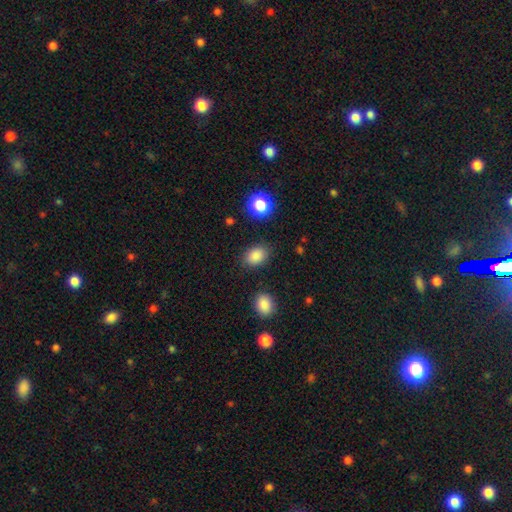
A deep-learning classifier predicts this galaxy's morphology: Smooth or featured?
  - smooth: 86% *
  - star or artifact: 9%
  - featured or disk: 4%
How rounded?
  - in between: 74% *
  - round: 25%
  - cigar-shaped: 1%
Merging?
  - none: 83% *
  - minor disturbance: 11%
  - major disturbance: 3%
  - merger: 2%